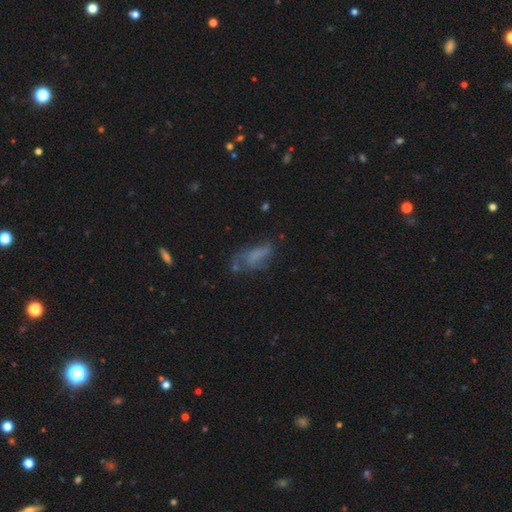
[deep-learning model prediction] Morphology: type=smooth (53%); roundness=in between (67%); merging=none (41%).